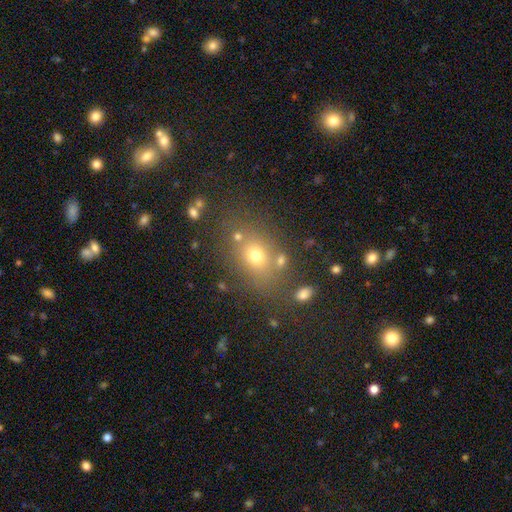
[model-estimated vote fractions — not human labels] This appears to be a smooth galaxy with no disk features (67%) that is in between round and cigar-shaped (59%). Merging: none (73%).